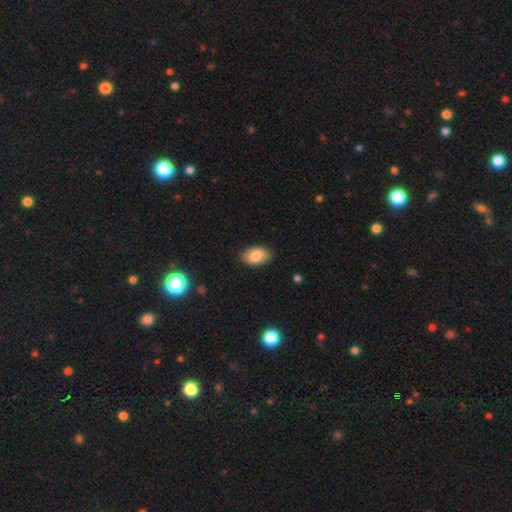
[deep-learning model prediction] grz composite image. It shows a smooth galaxy with no disk features (84%) that is in between round and cigar-shaped (92%). Merging: none (86%).